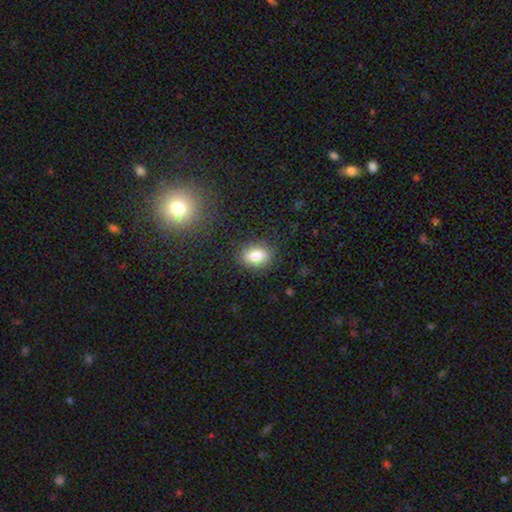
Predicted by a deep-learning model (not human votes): The model was most divided on "how rounded": in between: 80%, round: 18%, cigar-shaped: 2%. More confident: smooth or featured — smooth (84%); merging — none (82%).